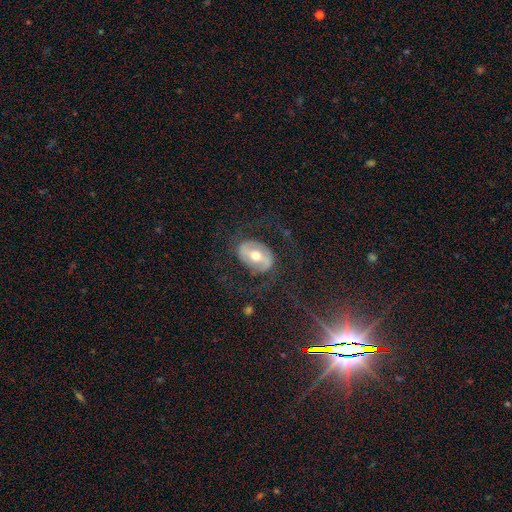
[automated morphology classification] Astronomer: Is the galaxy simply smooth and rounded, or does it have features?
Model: featured or disk — 67%.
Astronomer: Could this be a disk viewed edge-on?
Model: no — 95%.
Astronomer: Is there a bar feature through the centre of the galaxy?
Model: strong — 44% (runner-up: weak, 35%).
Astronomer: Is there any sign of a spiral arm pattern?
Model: yes — 66%.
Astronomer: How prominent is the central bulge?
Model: moderate — 72%.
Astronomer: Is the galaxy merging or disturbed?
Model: none — 69%.